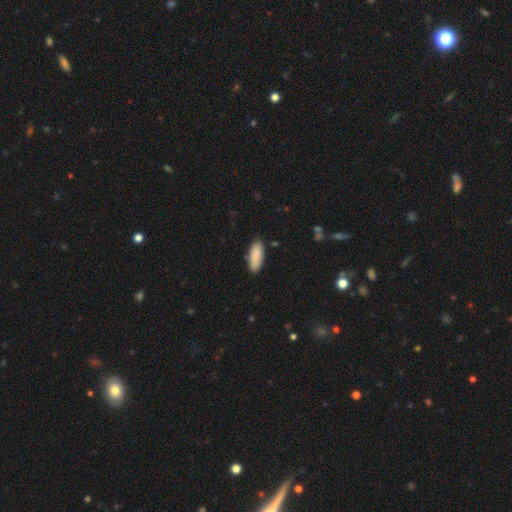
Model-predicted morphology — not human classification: smooth_or_featured: smooth (p=0.89) [alt: star or artifact p=0.06]
how_rounded: in between (p=0.74) [alt: cigar-shaped p=0.25]
merging: none (p=0.86) [alt: minor disturbance p=0.11]